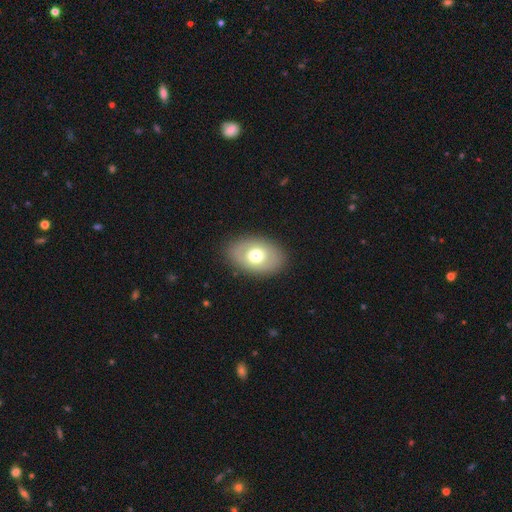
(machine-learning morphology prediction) This appears to be a smooth galaxy with no disk features (61%) that is in between round and cigar-shaped (80%). Merging: none (86%).